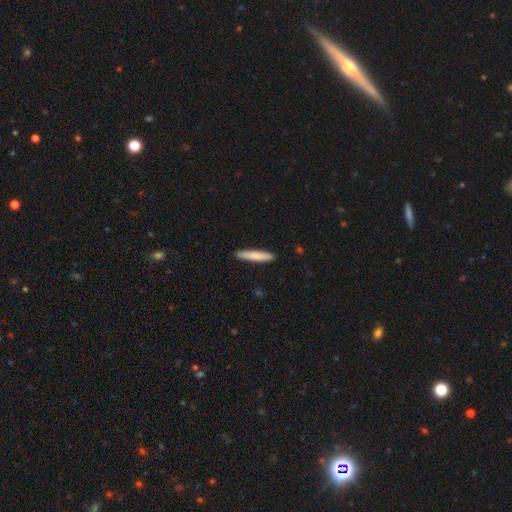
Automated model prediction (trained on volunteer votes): smooth 78%, featured or disk 17%, star or artifact 5%. Down the decision tree: how rounded — cigar-shaped (93%); merging — none (91%).